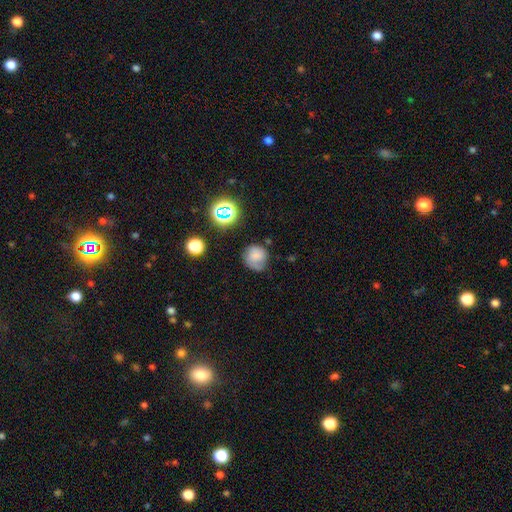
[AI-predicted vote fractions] Smooth or featured? Predicted: smooth (p=0.67). How rounded? Predicted: round (p=0.82). Merging? Predicted: none (p=0.57).